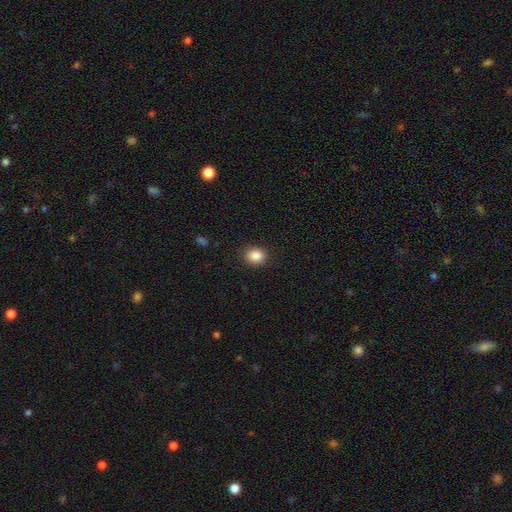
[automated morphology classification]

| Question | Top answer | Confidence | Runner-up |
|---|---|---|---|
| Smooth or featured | smooth | 88% | star or artifact (9%) |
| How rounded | round | 59% | in between (40%) |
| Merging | none | 88% | minor disturbance (9%) |